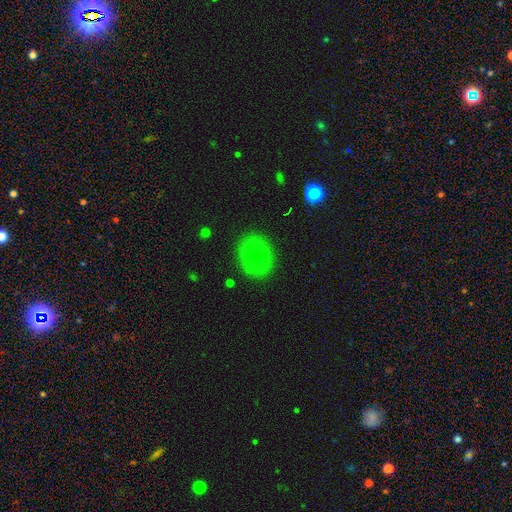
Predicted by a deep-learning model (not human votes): The model was most divided on "how rounded": round: 60%, in between: 39%, cigar-shaped: 2%. More confident: merging — none (82%); smooth or featured — smooth (57%).